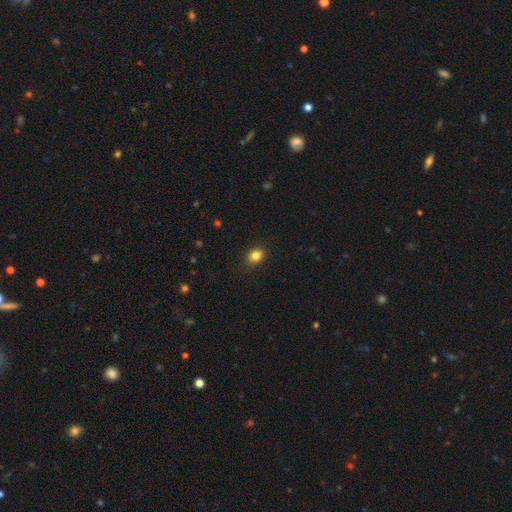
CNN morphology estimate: smooth 84%, star or artifact 11%, featured or disk 5%. Down the decision tree: how rounded — in between (53%); merging — none (86%).